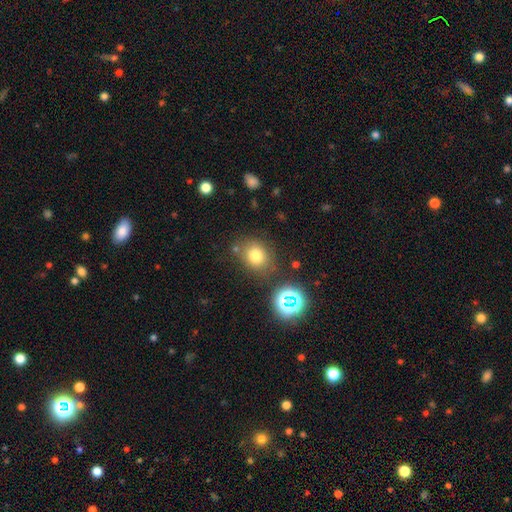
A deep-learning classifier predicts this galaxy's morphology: Smooth or featured? smooth (75%)
How rounded? round (66%)
Merging? none (75%)